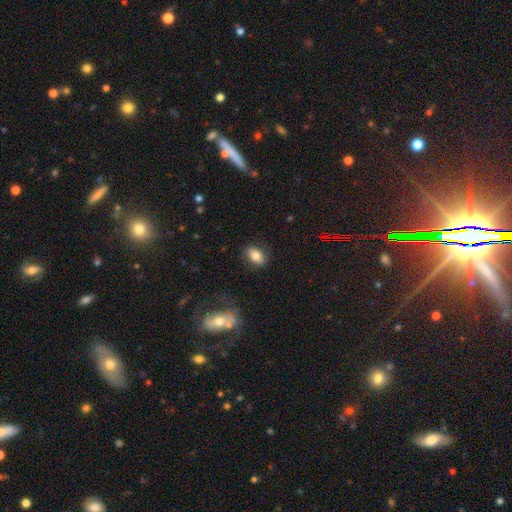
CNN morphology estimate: Smooth or featured? Predicted: smooth (p=0.77). How rounded? Predicted: in between (p=0.85). Merging? Predicted: none (p=0.83).